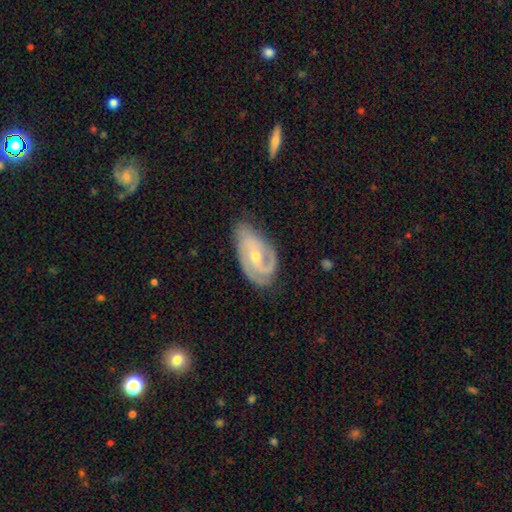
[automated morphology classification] Q: Smooth or featured?
A: featured or disk (84%); runner-up: smooth (11%)
Q: Edge-on disk?
A: no (96%); runner-up: yes (4%)
Q: Bar?
A: no (54%); runner-up: weak (34%)
Q: Spiral arms?
A: yes (95%); runner-up: no (5%)
Q: Spiral winding?
A: tight (50%); runner-up: medium (39%)
Q: Spiral arm count?
A: 2 (57%); runner-up: 3 (14%)
Q: Bulge size?
A: small (56%); runner-up: moderate (42%)
Q: Merging?
A: none (60%); runner-up: minor disturbance (27%)